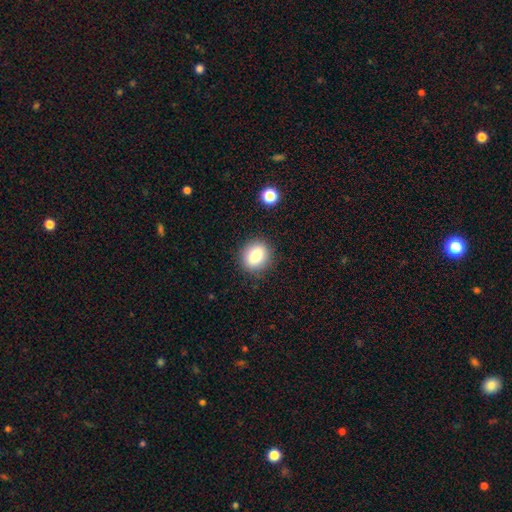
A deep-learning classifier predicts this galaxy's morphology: smooth_or_featured: smooth (p=0.82) [alt: star or artifact p=0.10]
how_rounded: round (p=0.66) [alt: in between p=0.33]
merging: none (p=0.88) [alt: minor disturbance p=0.08]